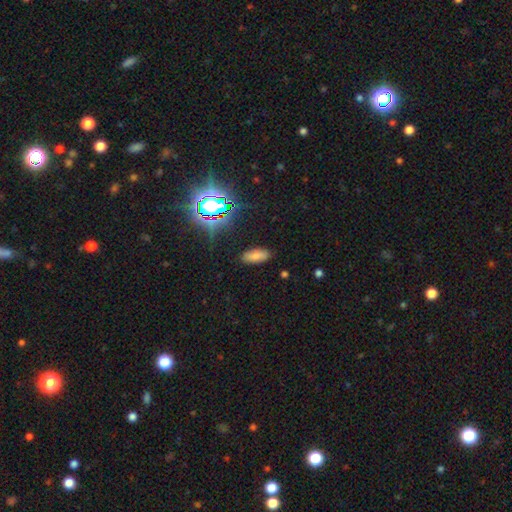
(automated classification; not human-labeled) The model was most divided on "smooth or featured": smooth: 73%, star or artifact: 17%, featured or disk: 9%. More confident: merging — none (86%); how rounded — in between (82%).